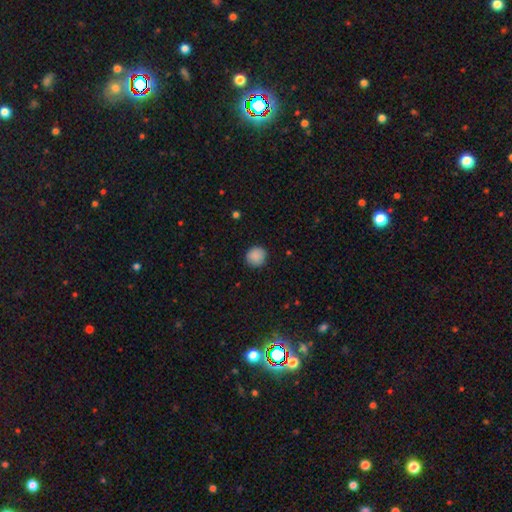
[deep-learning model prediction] Smooth or featured? smooth (88%)
How rounded? round (92%)
Merging? none (88%)